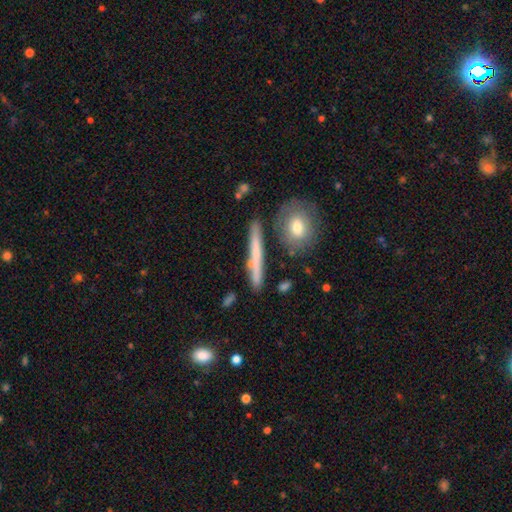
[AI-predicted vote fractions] The model was most divided on "smooth or featured": smooth: 51%, featured or disk: 42%, star or artifact: 8%. More confident: how rounded — cigar-shaped (90%); merging — none (80%).